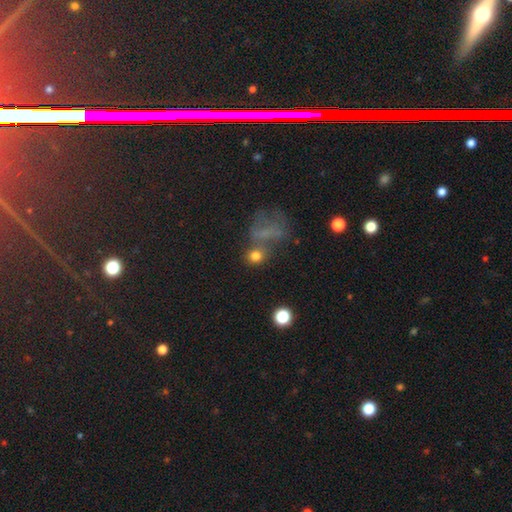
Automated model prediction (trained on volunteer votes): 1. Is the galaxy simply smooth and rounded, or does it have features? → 73% smooth, 17% star or artifact, 10% featured or disk.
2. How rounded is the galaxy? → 78% round, 21% in between, 2% cigar-shaped.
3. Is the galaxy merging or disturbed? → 53% none, 23% merger, 13% minor disturbance, 11% major disturbance.